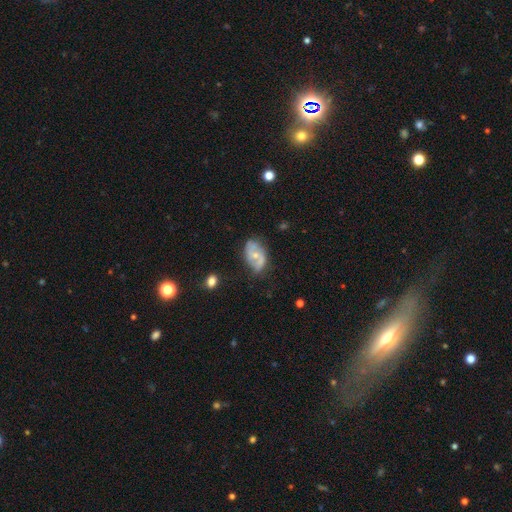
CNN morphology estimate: Smooth or featured: featured or disk — 61% (smooth — 31%)
Edge-on disk: no — 95% (yes — 5%)
Bar: no — 62% (weak — 30%)
Spiral arms: yes — 71% (no — 29%)
Bulge size: small — 51% (moderate — 44%)
Merging: none — 60% (minor disturbance — 27%)